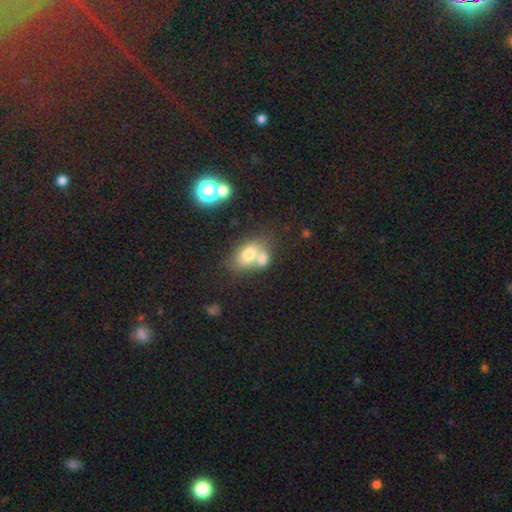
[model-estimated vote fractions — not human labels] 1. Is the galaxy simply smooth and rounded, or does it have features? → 68% smooth, 19% featured or disk, 14% star or artifact.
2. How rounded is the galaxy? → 68% in between, 31% round, 2% cigar-shaped.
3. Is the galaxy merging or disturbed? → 53% merger, 33% none, 9% minor disturbance, 4% major disturbance.